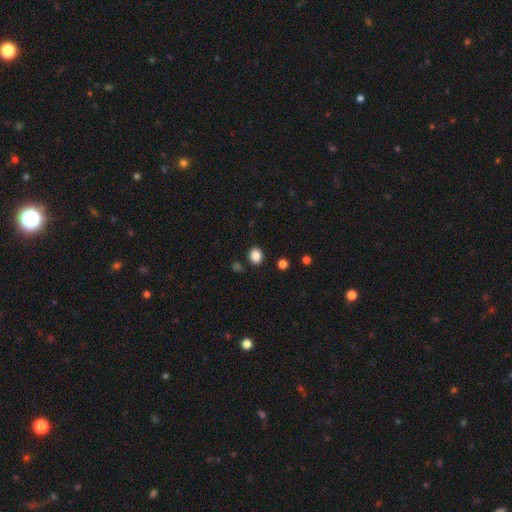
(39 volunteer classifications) Overall: smooth (87%). How rounded: round (59%; in between 41%). Merging: none (84%).